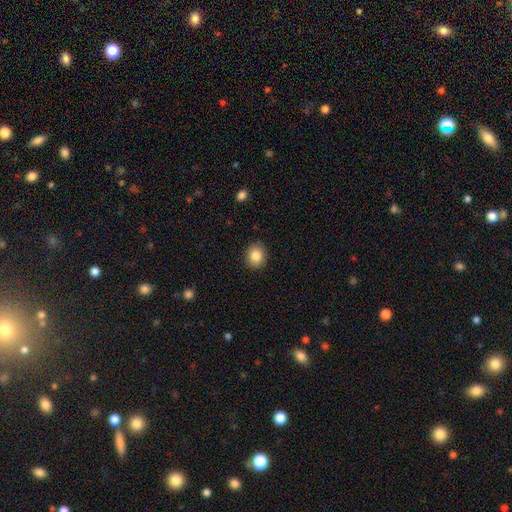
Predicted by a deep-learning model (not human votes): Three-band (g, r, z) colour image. It shows a smooth galaxy with no disk features (85%) that is round (64%). Merging: none (89%).